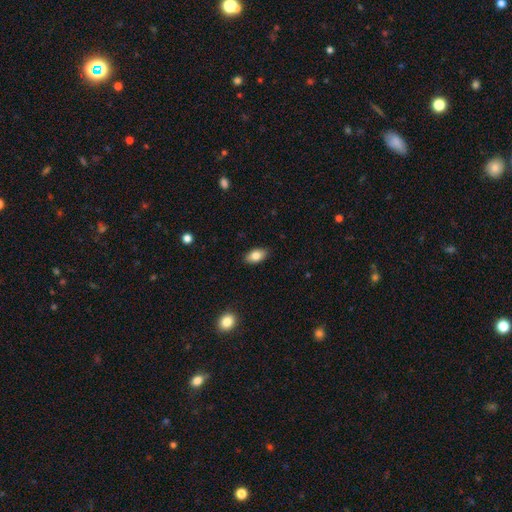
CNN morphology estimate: Smooth or featured? smooth (82%)
How rounded? in between (91%)
Merging? none (88%)